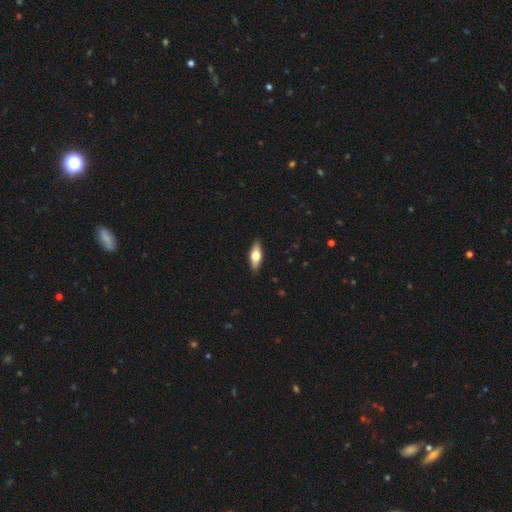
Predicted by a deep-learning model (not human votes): A smooth galaxy with no disk features (55%) that is in between round and cigar-shaped (64%).

Vote fractions:
- Smooth or featured? smooth: 55% / featured or disk: 39% / star or artifact: 6%
- How rounded? in between: 64% / cigar-shaped: 33% / round: 3%
- Merging? none: 89% / minor disturbance: 8% / major disturbance: 2% / merger: 1%